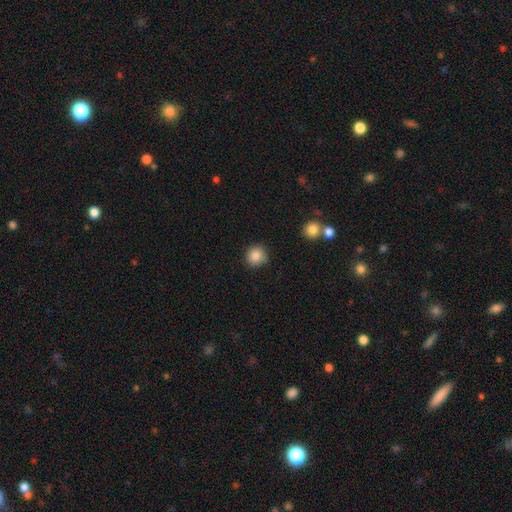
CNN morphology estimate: smooth 87%, star or artifact 9%, featured or disk 4%. Down the decision tree: how rounded — round (91%); merging — none (85%).